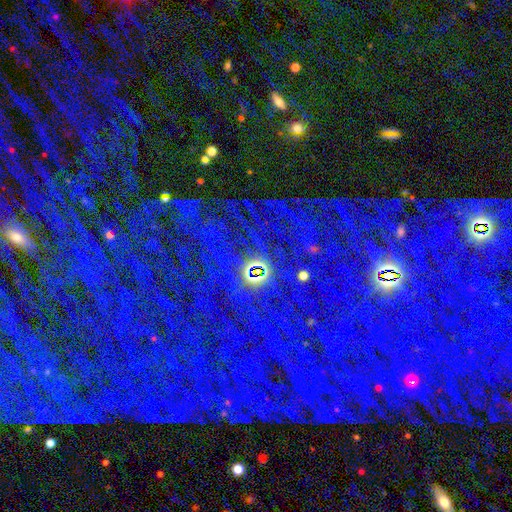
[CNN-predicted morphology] Q: Smooth or featured?
A: star or artifact (81%); runner-up: smooth (10%)